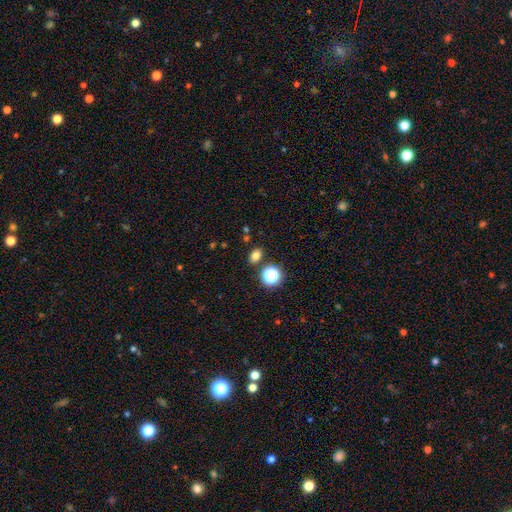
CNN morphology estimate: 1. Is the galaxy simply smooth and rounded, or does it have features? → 76% smooth, 17% star or artifact, 7% featured or disk.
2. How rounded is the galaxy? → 63% in between, 36% round, 1% cigar-shaped.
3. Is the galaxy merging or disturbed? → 82% none, 9% minor disturbance, 7% merger, 3% major disturbance.